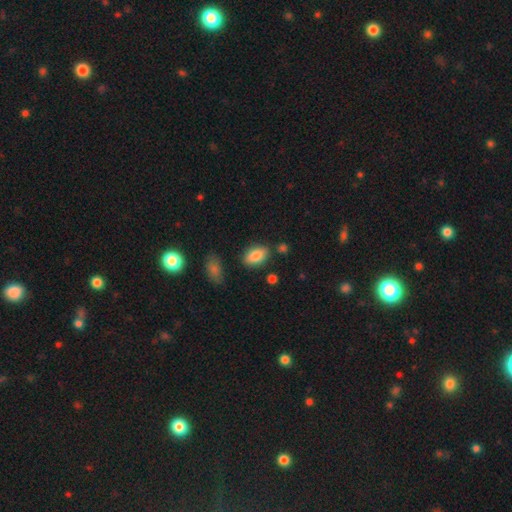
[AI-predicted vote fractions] This appears to be a smooth galaxy with no disk features (84%) that is in between round and cigar-shaped (91%). Merging: none (81%).